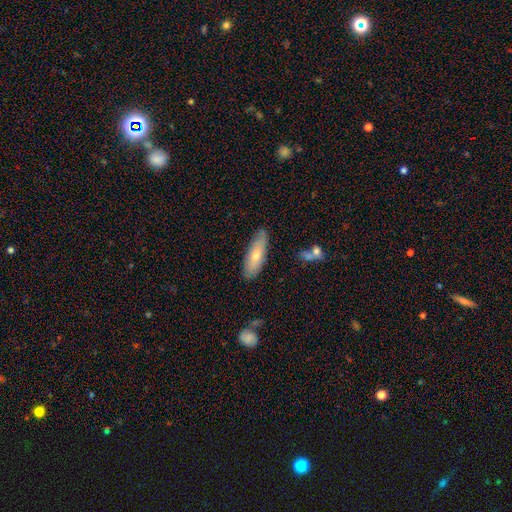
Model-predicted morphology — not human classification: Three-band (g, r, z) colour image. It shows a smooth galaxy with no disk features (61%) that is in between round and cigar-shaped (51%). Merging: none (81%).